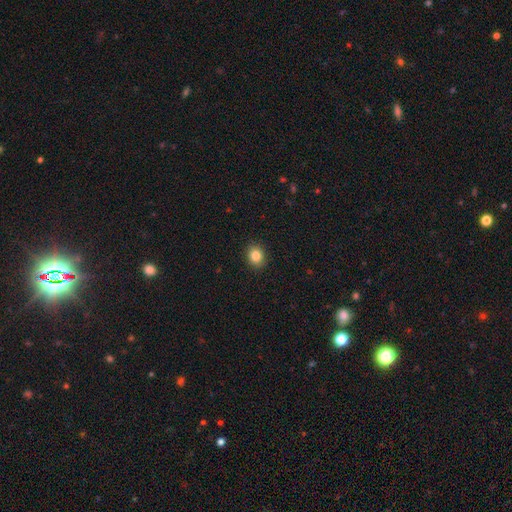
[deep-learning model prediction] smooth_or_featured: smooth (p=0.84) [alt: star or artifact p=0.10]
how_rounded: round (p=0.64) [alt: in between p=0.35]
merging: none (p=0.91) [alt: minor disturbance p=0.06]